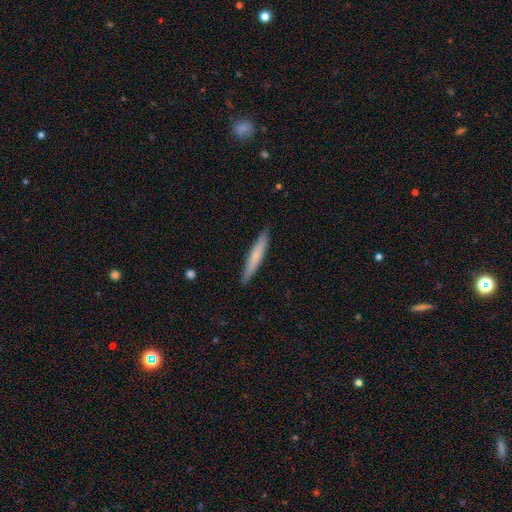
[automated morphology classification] type=smooth (66%); roundness=cigar-shaped (95%); merging=none (90%).